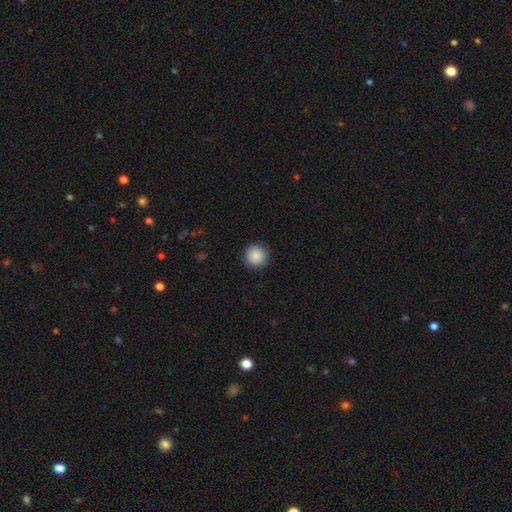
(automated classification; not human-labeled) Smooth or featured: smooth — 88% (star or artifact — 9%)
How rounded: round — 96% (in between — 3%)
Merging: none — 92% (minor disturbance — 5%)